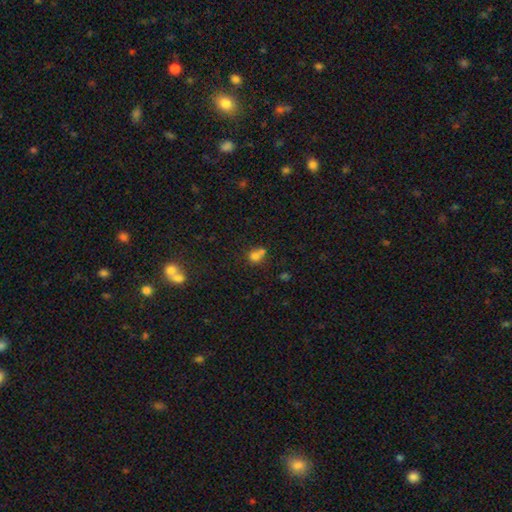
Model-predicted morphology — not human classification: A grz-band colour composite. It shows a smooth galaxy with no disk features (73%) that is round (78%). Merging: merger (51%).